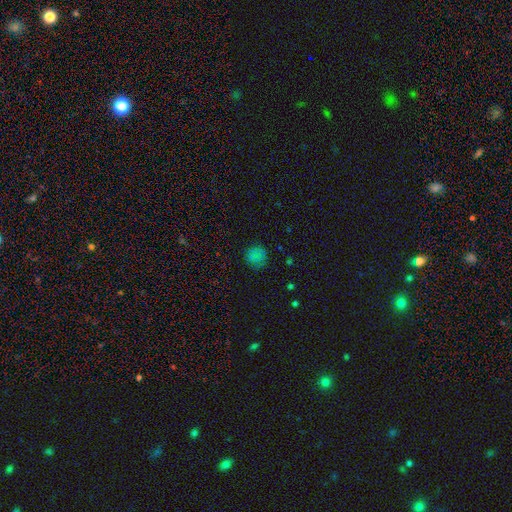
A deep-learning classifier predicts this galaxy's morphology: The model was most divided on "smooth or featured": smooth: 77%, star or artifact: 18%, featured or disk: 5%. More confident: how rounded — round (90%); merging — none (81%).